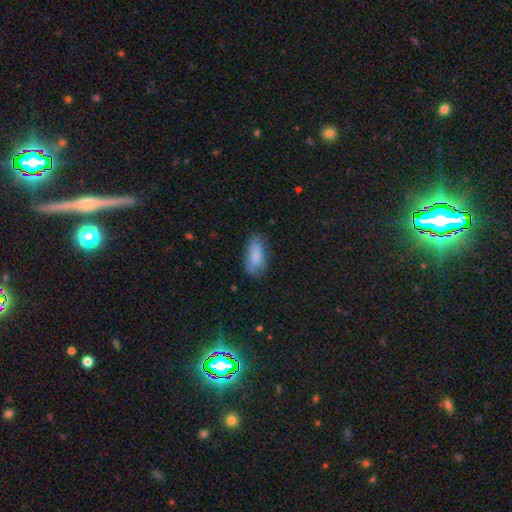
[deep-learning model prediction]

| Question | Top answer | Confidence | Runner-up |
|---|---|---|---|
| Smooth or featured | smooth | 79% | featured or disk (14%) |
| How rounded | in between | 87% | cigar-shaped (10%) |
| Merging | none | 62% | minor disturbance (27%) |